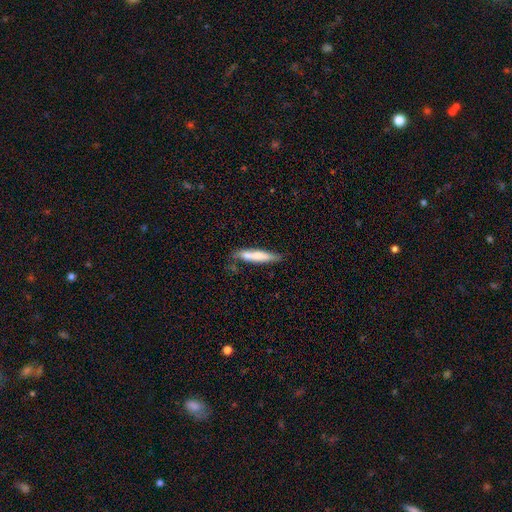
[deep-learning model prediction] This is likely a smooth galaxy (66%). How rounded: clearly cigar-shaped (87%). Merging: likely none (65%).